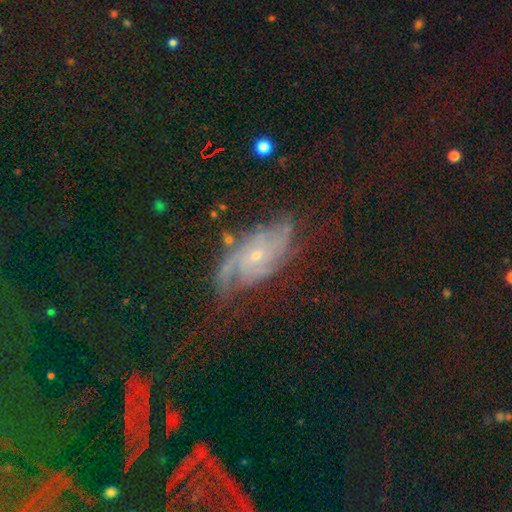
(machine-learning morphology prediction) The model was most divided on "spiral arm count": 2: 33%, can't tell: 28%, 3: 18%, 4: 8%, 1: 8%, more than 4: 6%. Remaining: spiral arms — yes (95%); edge-on disk — no (94%); smooth or featured — featured or disk (80%); bulge size — small (74%); bar — no (70%); merging — none (62%); spiral winding — tight (45%).